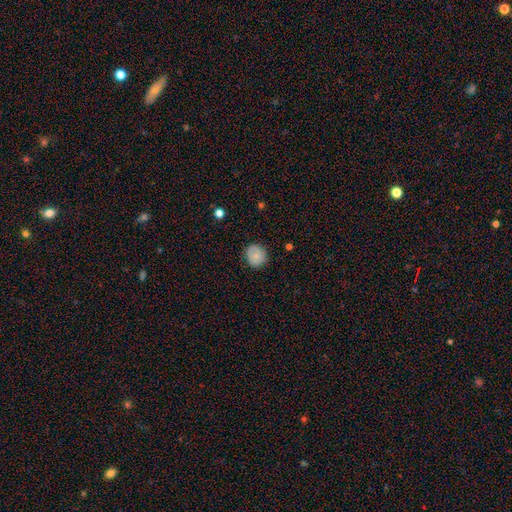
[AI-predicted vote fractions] Smooth or featured: smooth — 75% (featured or disk — 17%)
How rounded: round — 81% (in between — 19%)
Merging: none — 83% (minor disturbance — 13%)